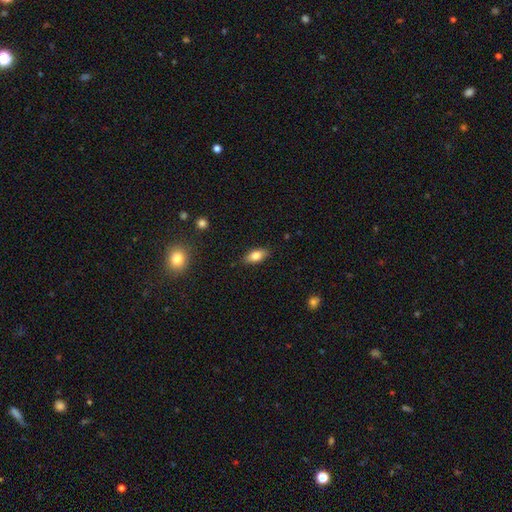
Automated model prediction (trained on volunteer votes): This appears to be a smooth galaxy with no disk features (77%) that is in between round and cigar-shaped (85%). Merging: none (86%).